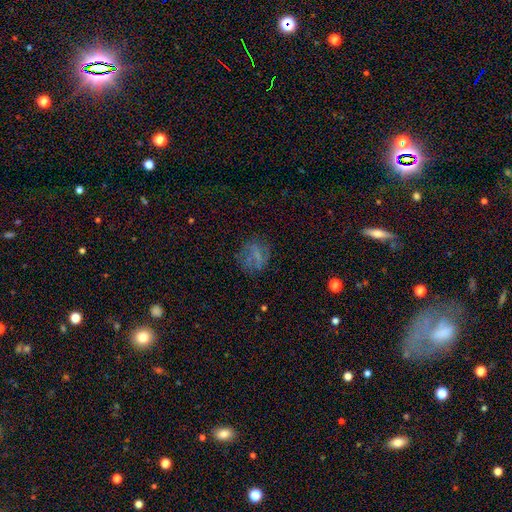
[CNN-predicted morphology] This is possibly a smooth galaxy (46%). Merging: likely none (70%).